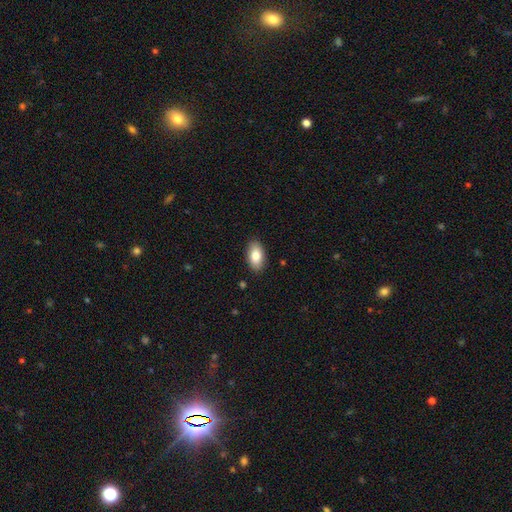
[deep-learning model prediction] A smooth galaxy with no disk features (84%) that is in between round and cigar-shaped (93%). Merging: none (88%).